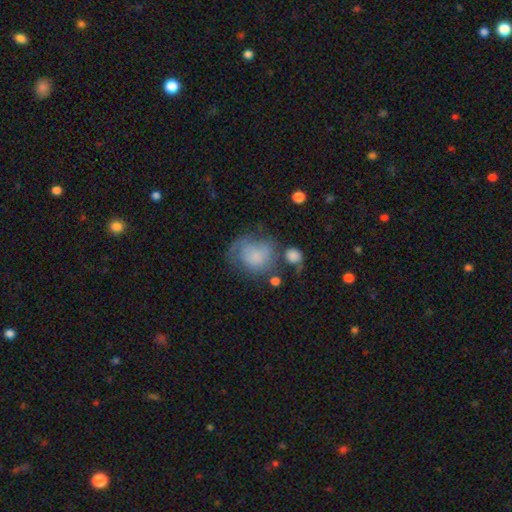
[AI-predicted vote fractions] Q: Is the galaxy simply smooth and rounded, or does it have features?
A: smooth — 57%.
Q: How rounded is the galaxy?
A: round — 62%.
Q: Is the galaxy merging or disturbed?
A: none — 32%.